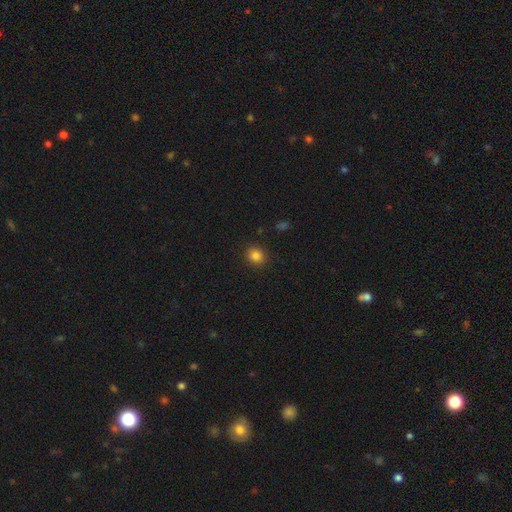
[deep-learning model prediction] Morphology: type=smooth (84%); roundness=round (84%); merging=none (90%).